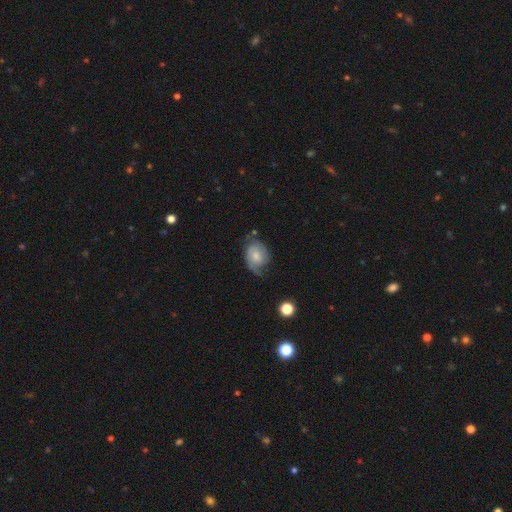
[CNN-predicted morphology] smooth_or_featured: featured or disk (p=0.55) [alt: smooth p=0.38]
disk_edge_on: no (p=0.96) [alt: yes p=0.04]
bar: no (p=0.66) [alt: weak p=0.29]
has_spiral_arms: yes (p=0.84) [alt: no p=0.16]
bulge_size: moderate (p=0.42) [alt: small p=0.38]
merging: none (p=0.49) [alt: minor disturbance p=0.31]